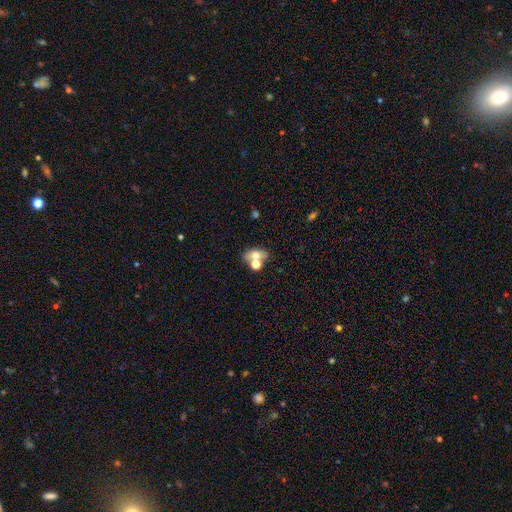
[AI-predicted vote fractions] A smooth galaxy with no disk features (65%) that is in between round and cigar-shaped (73%).

Vote fractions:
- Smooth or featured? smooth: 65% / featured or disk: 23% / star or artifact: 12%
- How rounded? in between: 73% / round: 23% / cigar-shaped: 3%
- Merging? none: 45% / merger: 39% / minor disturbance: 11% / major disturbance: 5%